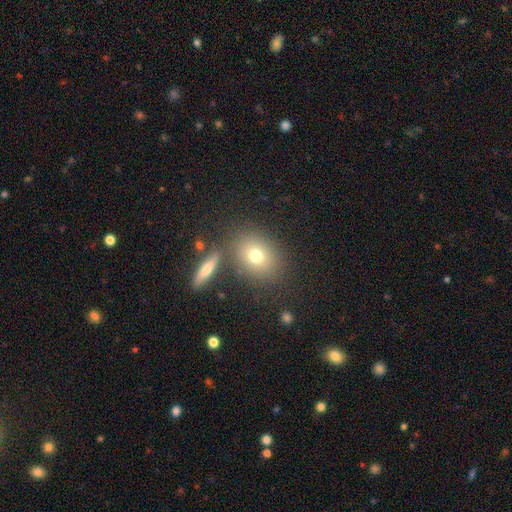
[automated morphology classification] A smooth galaxy with no disk features (73%) that is round (54%). Merging: none (75%).